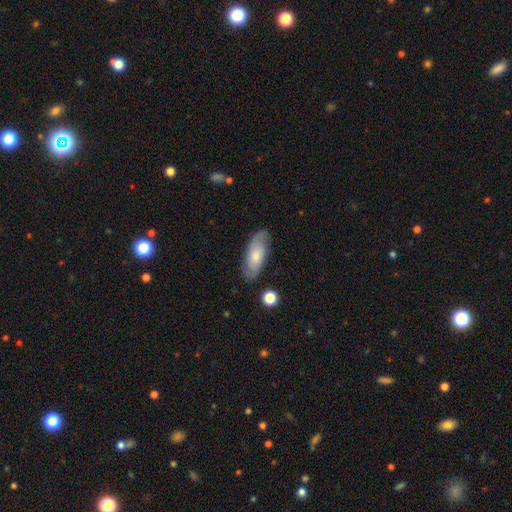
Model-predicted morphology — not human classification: Smooth or featured? Predicted: smooth (p=0.59). How rounded? Predicted: in between (p=0.80). Merging? Predicted: none (p=0.79).